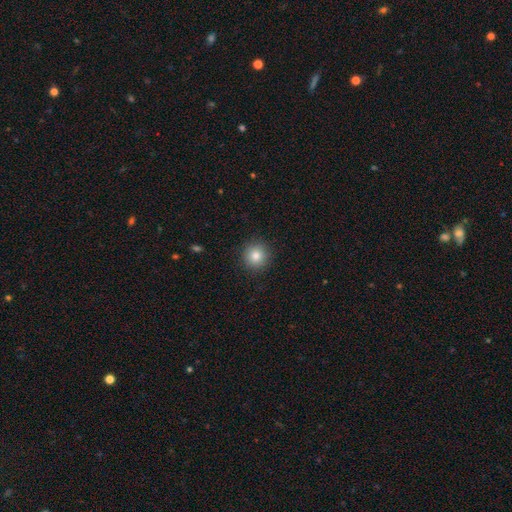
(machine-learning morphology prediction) A smooth galaxy with no disk features (83%) that is round (94%).

Vote fractions:
- Smooth or featured? smooth: 83% / star or artifact: 11% / featured or disk: 7%
- How rounded? round: 94% / in between: 6% / cigar-shaped: 1%
- Merging? none: 91% / minor disturbance: 6% / major disturbance: 2% / merger: 1%